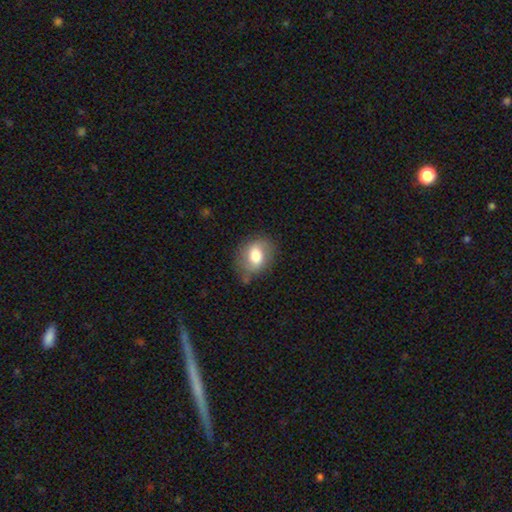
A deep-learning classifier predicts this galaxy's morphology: A smooth galaxy with no disk features (66%) that is in between round and cigar-shaped (60%).

Vote fractions:
- Smooth or featured? smooth: 66% / featured or disk: 27% / star or artifact: 7%
- How rounded? in between: 60% / round: 39% / cigar-shaped: 1%
- Merging? none: 67% / minor disturbance: 23% / major disturbance: 7% / merger: 3%